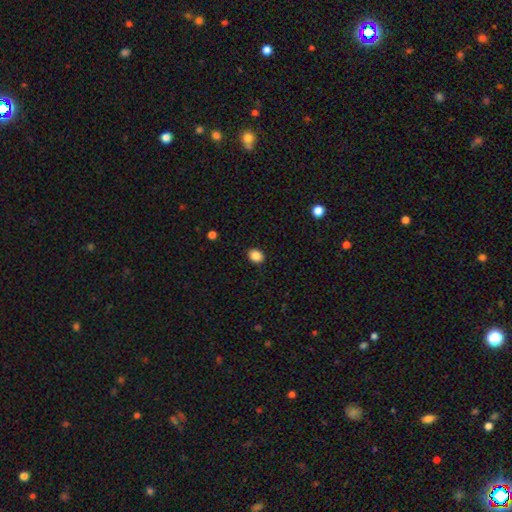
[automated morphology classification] Q: Smooth or featured?
A: smooth (87%); runner-up: star or artifact (9%)
Q: How rounded?
A: in between (56%); runner-up: round (43%)
Q: Merging?
A: none (90%); runner-up: minor disturbance (7%)